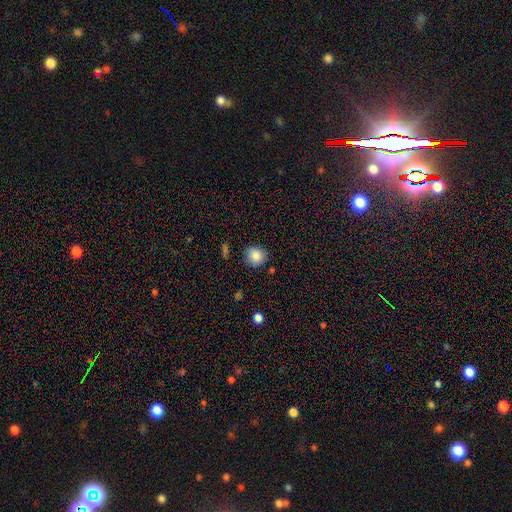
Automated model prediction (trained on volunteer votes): This appears to be a smooth galaxy with no disk features (85%) that is round (86%). Merging: none (84%).